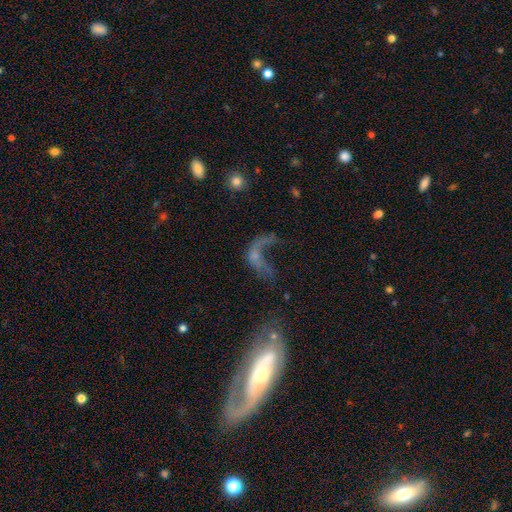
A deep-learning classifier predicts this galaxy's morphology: A featured or disk galaxy (48%).

Vote fractions:
- Smooth or featured? featured or disk: 48% / smooth: 33% / star or artifact: 19%
- Merging? major disturbance: 51% / none: 21% / merger: 18% / minor disturbance: 10%